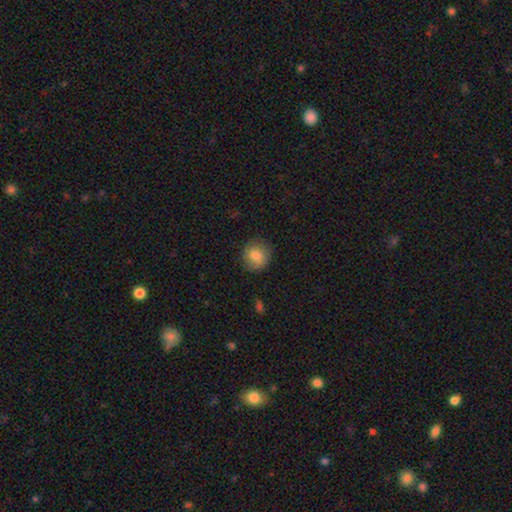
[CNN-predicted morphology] smooth_or_featured: smooth (p=0.83) [alt: star or artifact p=0.09]
how_rounded: round (p=0.88) [alt: in between p=0.11]
merging: none (p=0.86) [alt: minor disturbance p=0.11]